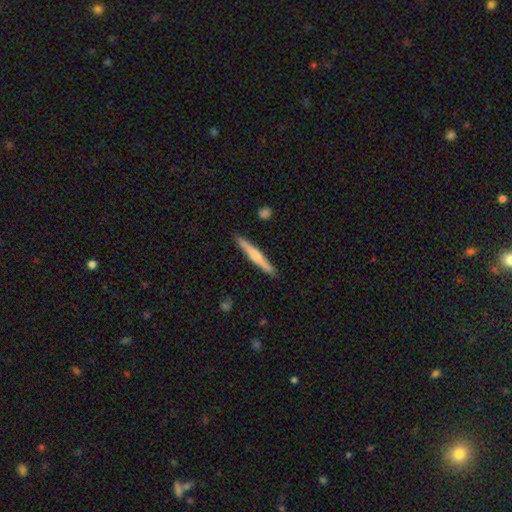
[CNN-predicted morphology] This is possibly a smooth galaxy (51%). How rounded: clearly cigar-shaped (95%). Merging: clearly none (90%).